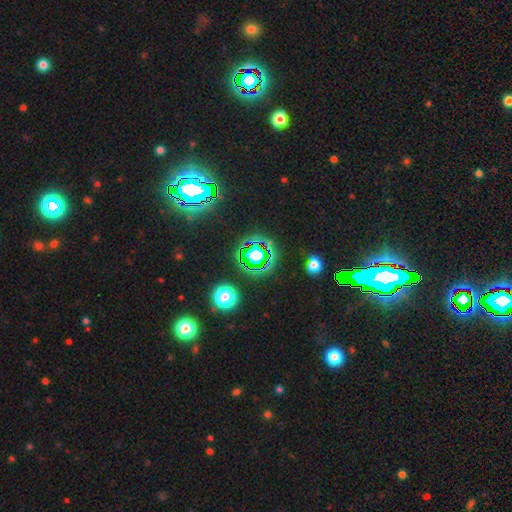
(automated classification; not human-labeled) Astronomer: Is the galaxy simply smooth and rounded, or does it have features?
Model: star or artifact — 71%.